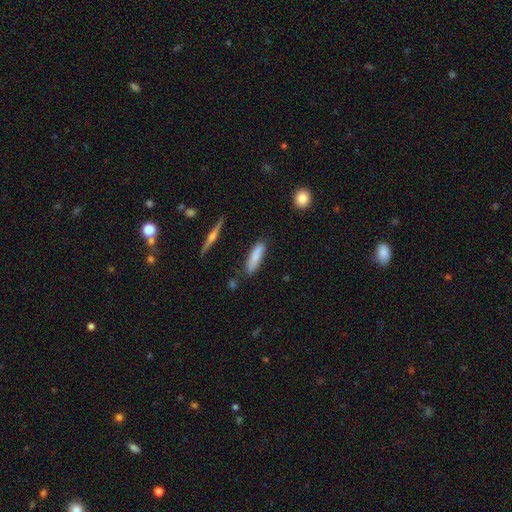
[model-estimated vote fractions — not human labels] smooth_or_featured: smooth (p=0.81) [alt: featured or disk p=0.13]
how_rounded: cigar-shaped (p=0.63) [alt: in between p=0.35]
merging: none (p=0.80) [alt: minor disturbance p=0.14]